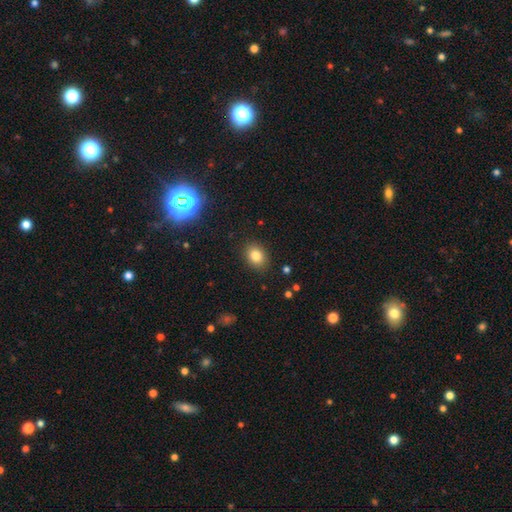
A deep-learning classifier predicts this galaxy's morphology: The model was most divided on "how rounded": in between: 57%, round: 42%, cigar-shaped: 1%. More confident: merging — none (88%); smooth or featured — smooth (82%).